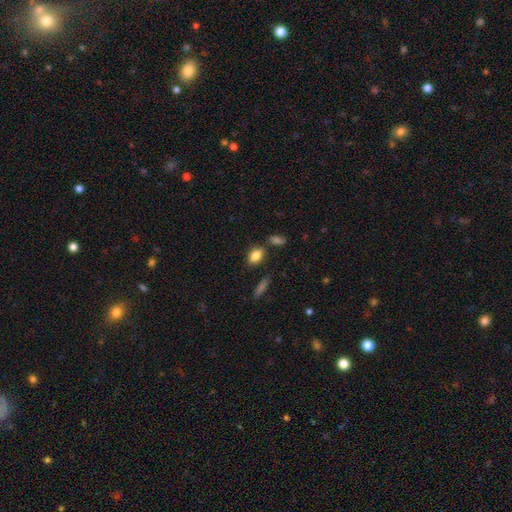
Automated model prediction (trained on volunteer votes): Smooth or featured? smooth (83%)
How rounded? in between (82%)
Merging? none (77%)